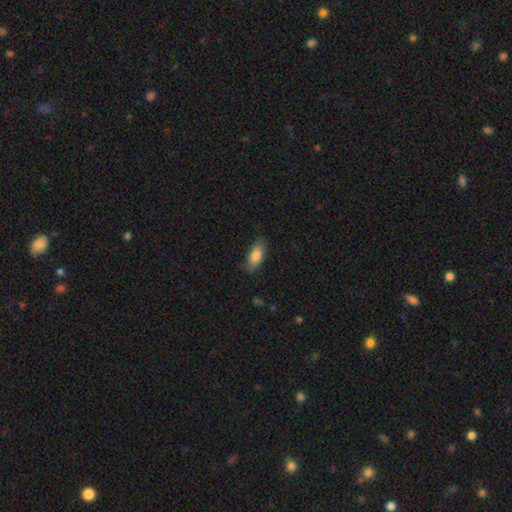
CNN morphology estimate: Q: Smooth or featured?
A: smooth (80%); runner-up: featured or disk (14%)
Q: How rounded?
A: in between (83%); runner-up: cigar-shaped (14%)
Q: Merging?
A: none (79%); runner-up: minor disturbance (17%)